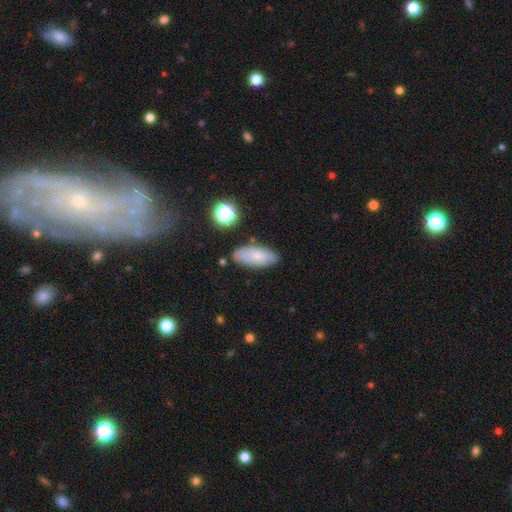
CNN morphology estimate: Overall: smooth (72%). How rounded: in between (85%). Merging: none (77%).